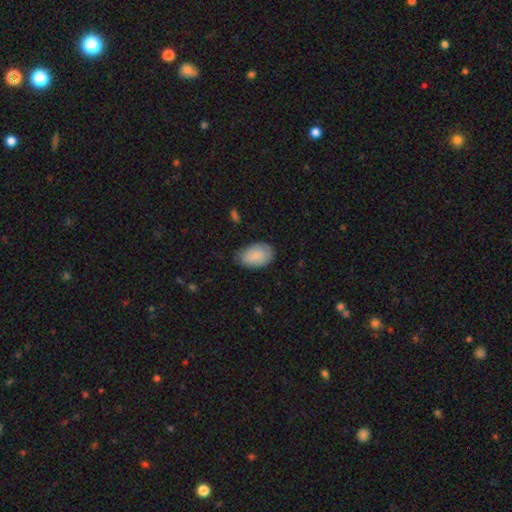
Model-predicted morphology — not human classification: Smooth or featured?
  - smooth: 87% *
  - featured or disk: 7%
  - star or artifact: 6%
How rounded?
  - in between: 92% *
  - round: 7%
  - cigar-shaped: 1%
Merging?
  - none: 75% *
  - minor disturbance: 20%
  - major disturbance: 4%
  - merger: 1%